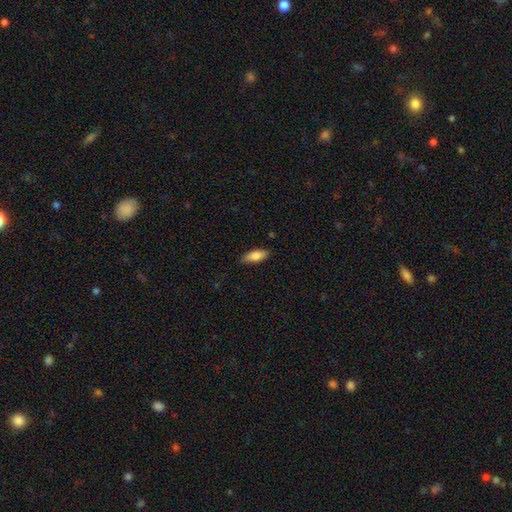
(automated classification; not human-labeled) A smooth galaxy with no disk features (84%) that is in between round and cigar-shaped (76%). Merging: none (82%).